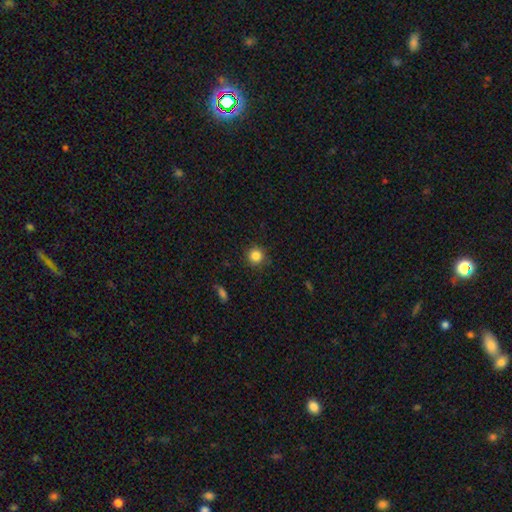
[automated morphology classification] type=smooth (85%); roundness=round (94%); merging=none (87%).